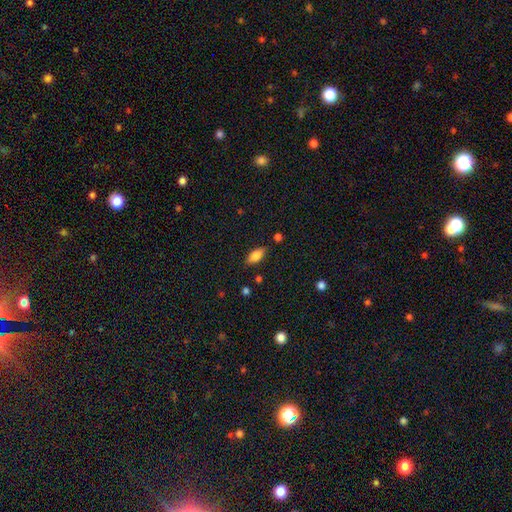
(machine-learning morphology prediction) The model was most divided on "smooth or featured": smooth: 79%, featured or disk: 13%, star or artifact: 8%. More confident: how rounded — in between (86%); merging — none (82%).